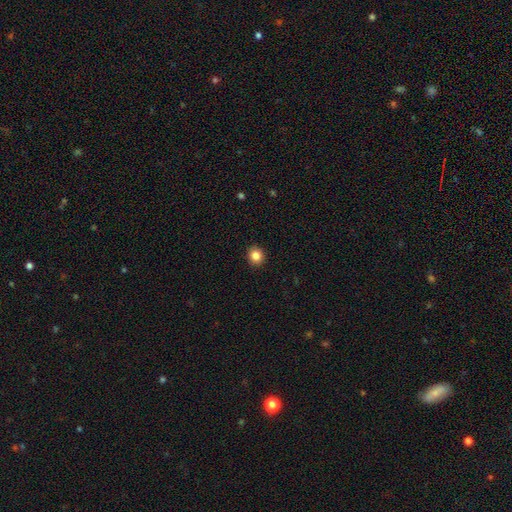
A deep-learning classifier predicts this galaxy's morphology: A smooth galaxy with no disk features (84%) that is round (85%).

Vote fractions:
- Smooth or featured? smooth: 84% / star or artifact: 11% / featured or disk: 5%
- How rounded? round: 85% / in between: 14% / cigar-shaped: 1%
- Merging? none: 92% / minor disturbance: 6% / major disturbance: 2% / merger: 1%